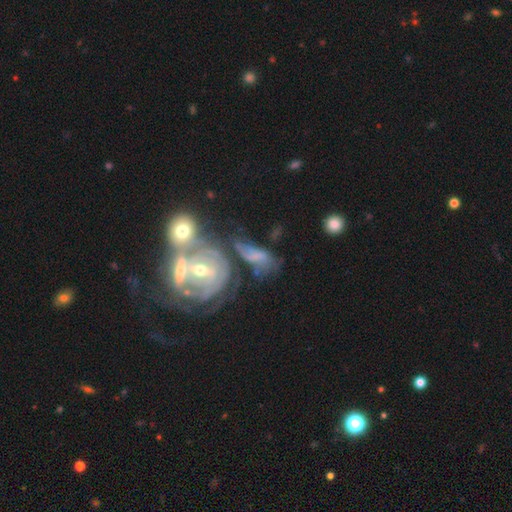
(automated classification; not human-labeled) The model was most divided on "merging": merger: 33%, none: 28%, major disturbance: 20%, minor disturbance: 19%. Remaining: edge-on disk — no (94%); spiral arms — yes (77%); smooth or featured — featured or disk (63%); bulge size — moderate (51%); bar — no (45%).